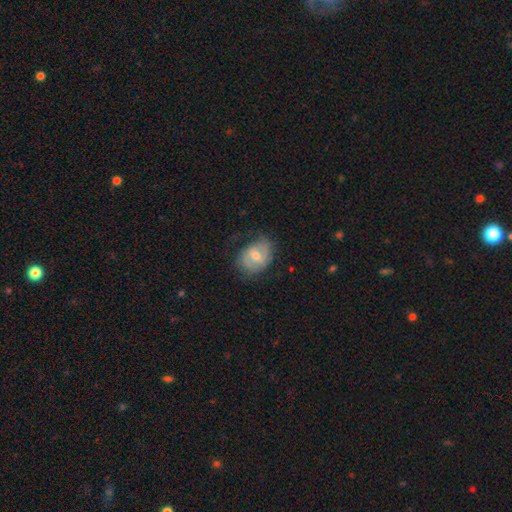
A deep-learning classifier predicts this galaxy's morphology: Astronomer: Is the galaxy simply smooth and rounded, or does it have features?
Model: featured or disk — 60%.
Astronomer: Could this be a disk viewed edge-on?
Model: no — 96%.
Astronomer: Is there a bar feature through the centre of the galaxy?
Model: weak — 49% (runner-up: no, 38%).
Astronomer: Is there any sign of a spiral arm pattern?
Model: yes — 75%.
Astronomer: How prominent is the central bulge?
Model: moderate — 70%.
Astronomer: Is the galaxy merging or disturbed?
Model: none — 63%.